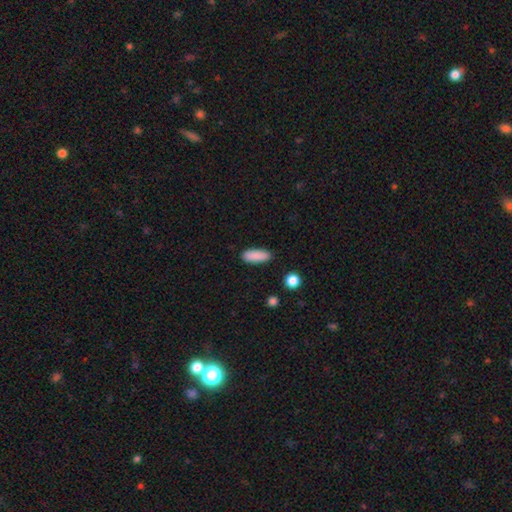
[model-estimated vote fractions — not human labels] This appears to be a smooth galaxy with no disk features (89%) that is in between round and cigar-shaped (65%). Merging: none (88%).